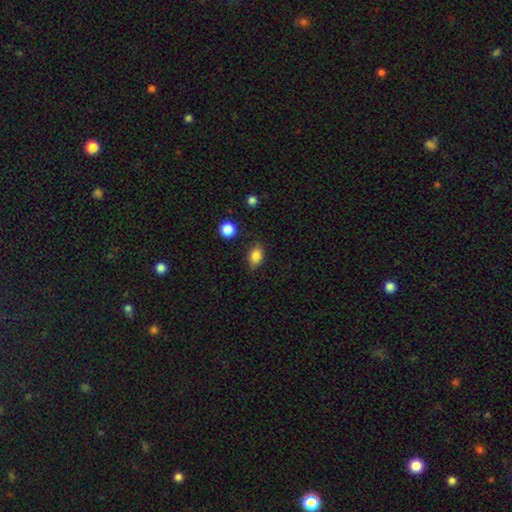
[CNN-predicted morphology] smooth-or-featured: smooth: 85% | star or artifact: 9% | featured or disk: 6%
  how-rounded: in between: 79% | round: 19% | cigar-shaped: 2%
  merging: none: 77% | minor disturbance: 17% | major disturbance: 4% | merger: 2%